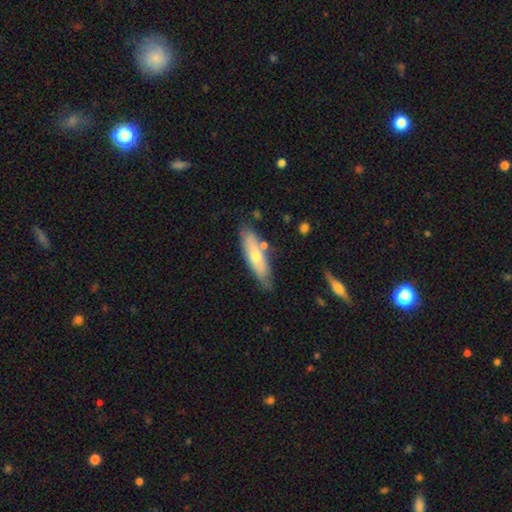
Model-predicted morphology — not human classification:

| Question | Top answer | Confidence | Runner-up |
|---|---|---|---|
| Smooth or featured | smooth | 57% | featured or disk (37%) |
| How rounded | cigar-shaped | 58% | in between (40%) |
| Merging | none | 69% | minor disturbance (20%) |